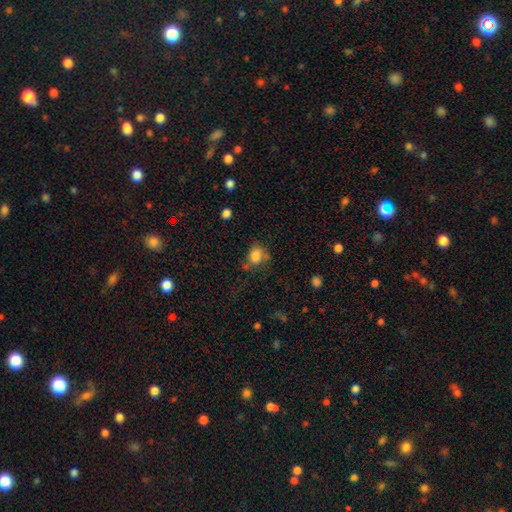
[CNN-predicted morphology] type=smooth (80%); roundness=in between (58%); merging=none (48%).